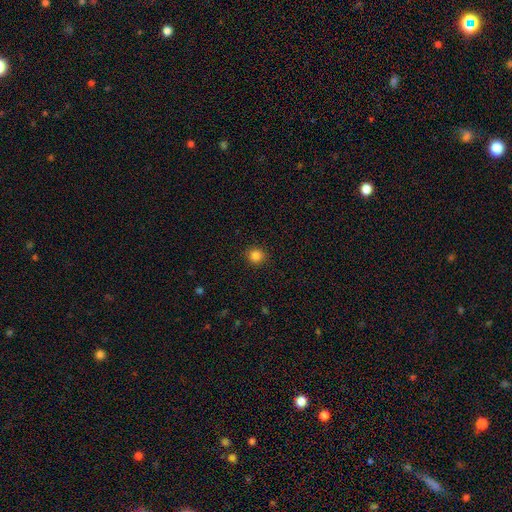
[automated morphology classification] type=smooth (84%); roundness=round (90%); merging=none (92%).